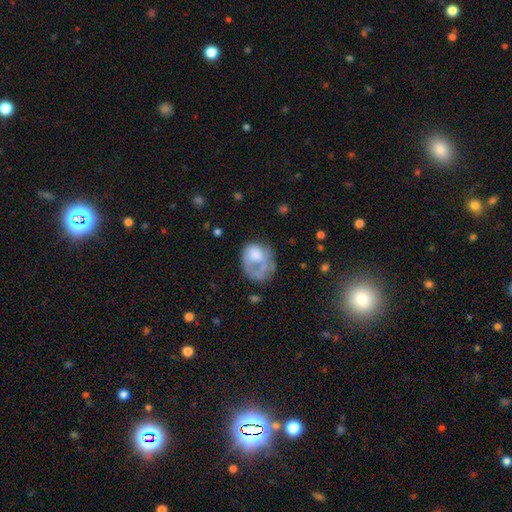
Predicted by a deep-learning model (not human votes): smooth 54%, featured or disk 38%, star or artifact 8%. Down the decision tree: how rounded — in between (51%); merging — major disturbance (38%).